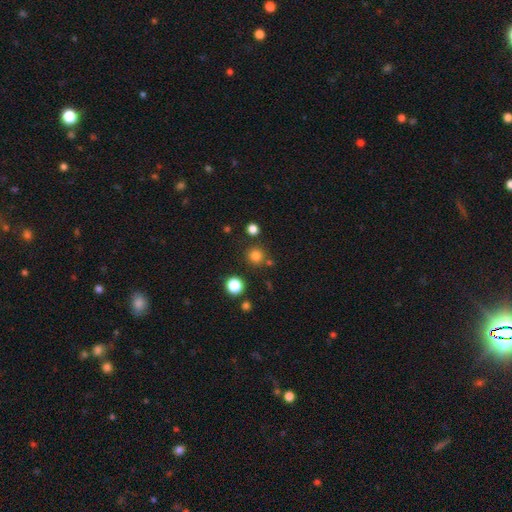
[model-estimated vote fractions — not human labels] smooth 80%, star or artifact 15%, featured or disk 5%. Down the decision tree: how rounded — round (93%); merging — none (83%).